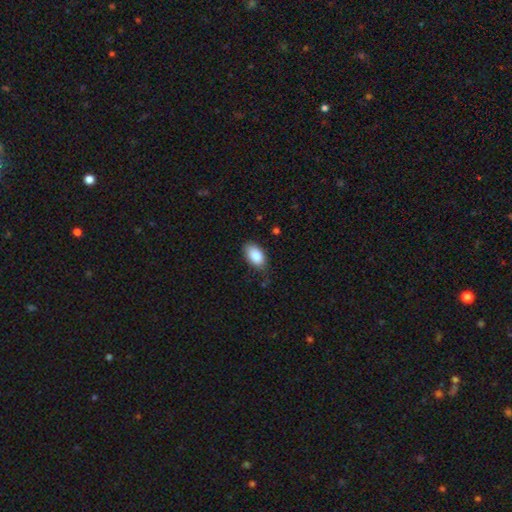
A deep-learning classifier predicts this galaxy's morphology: The model was most divided on "merging": none: 75%, minor disturbance: 20%, major disturbance: 4%, merger: 1%. More confident: how rounded — in between (93%); smooth or featured — smooth (87%).